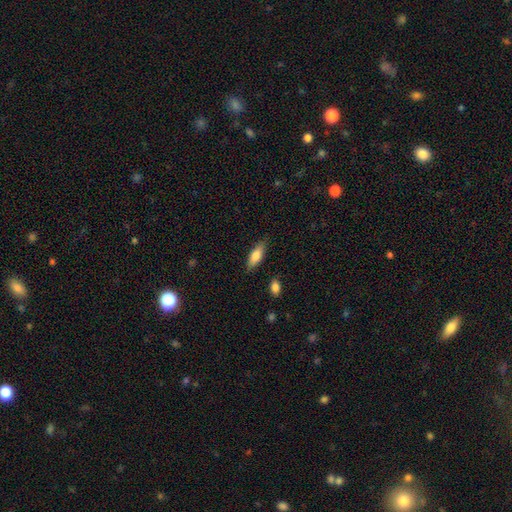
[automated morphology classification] smooth-or-featured: smooth: 76% | featured or disk: 18% | star or artifact: 6%
  how-rounded: in between: 60% | cigar-shaped: 38% | round: 2%
  merging: none: 83% | minor disturbance: 13% | major disturbance: 3% | merger: 2%